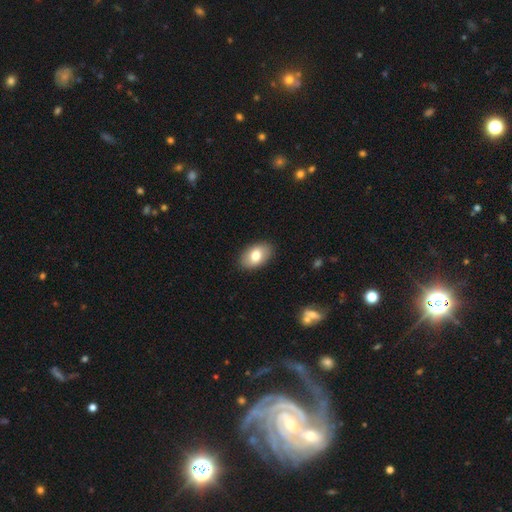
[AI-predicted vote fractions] Smooth or featured? Predicted: smooth (p=0.77). How rounded? Predicted: in between (p=0.90). Merging? Predicted: none (p=0.89).